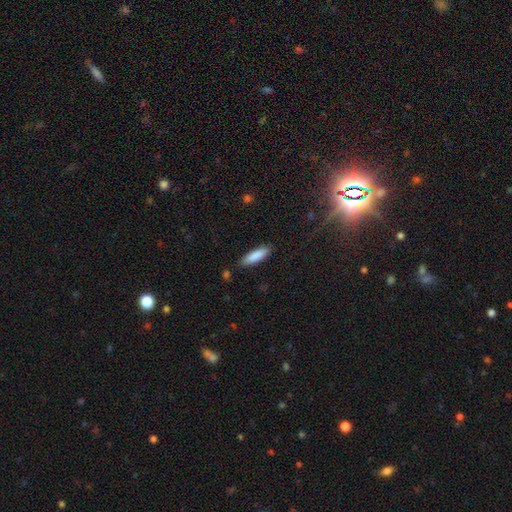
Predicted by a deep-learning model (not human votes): smooth_or_featured: smooth (p=0.86) [alt: featured or disk p=0.09]
how_rounded: cigar-shaped (p=0.63) [alt: in between p=0.36]
merging: none (p=0.84) [alt: minor disturbance p=0.11]